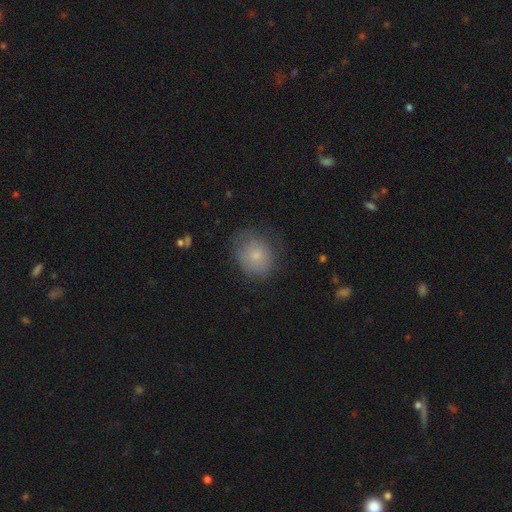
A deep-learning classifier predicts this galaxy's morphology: type=smooth (76%); roundness=round (66%); merging=none (67%).